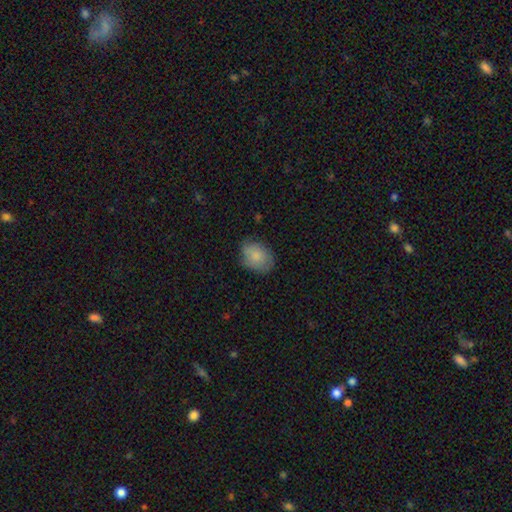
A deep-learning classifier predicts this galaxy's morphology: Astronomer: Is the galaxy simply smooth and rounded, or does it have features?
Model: smooth — 79%.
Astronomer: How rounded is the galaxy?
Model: in between — 62% (runner-up: round, 37%).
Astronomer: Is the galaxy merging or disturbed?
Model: none — 68%.